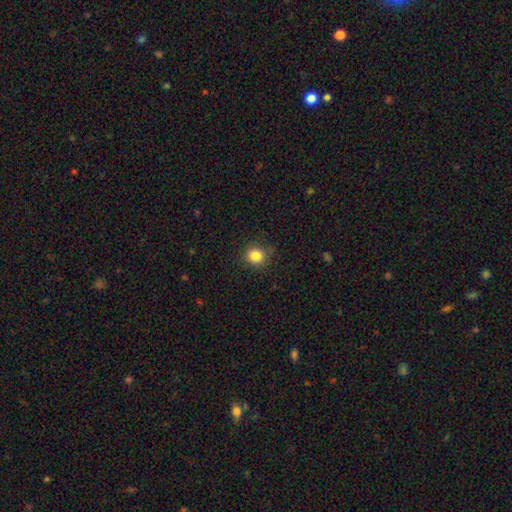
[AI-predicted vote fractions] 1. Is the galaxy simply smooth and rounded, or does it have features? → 84% smooth, 11% star or artifact, 5% featured or disk.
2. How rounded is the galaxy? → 86% round, 13% in between, 1% cigar-shaped.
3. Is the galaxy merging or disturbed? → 85% none, 11% minor disturbance, 3% major disturbance, 1% merger.